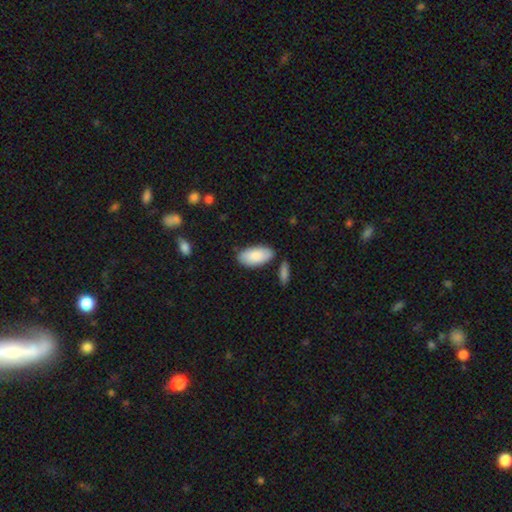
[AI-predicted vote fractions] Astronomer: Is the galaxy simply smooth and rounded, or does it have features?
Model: smooth — 87%.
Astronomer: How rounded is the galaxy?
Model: in between — 94%.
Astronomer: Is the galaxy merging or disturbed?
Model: none — 79%.